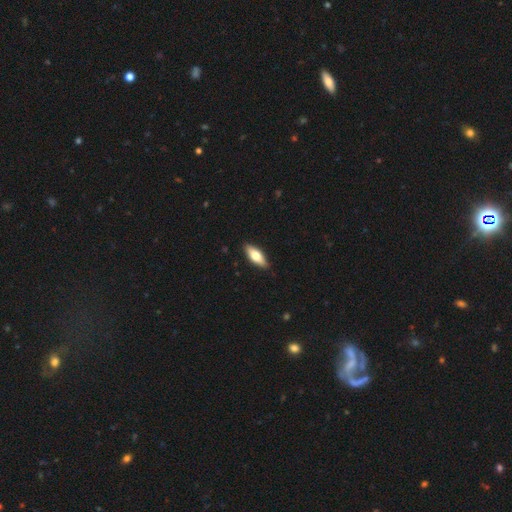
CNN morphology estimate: smooth_or_featured: smooth (p=0.66) [alt: featured or disk p=0.29]
how_rounded: in between (p=0.70) [alt: cigar-shaped p=0.28]
merging: none (p=0.88) [alt: minor disturbance p=0.09]